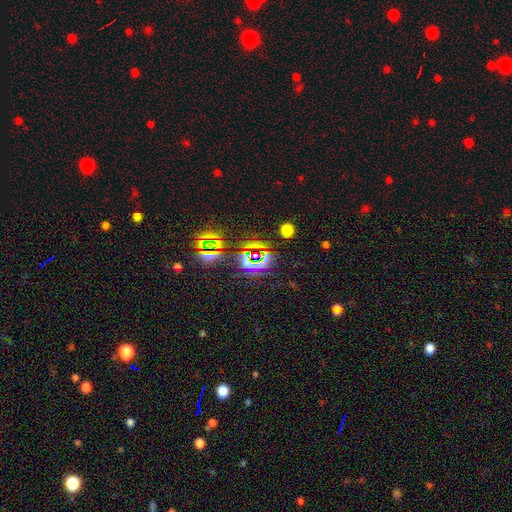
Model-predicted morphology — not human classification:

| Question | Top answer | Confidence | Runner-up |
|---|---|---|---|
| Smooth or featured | star or artifact | 76% | smooth (15%) |